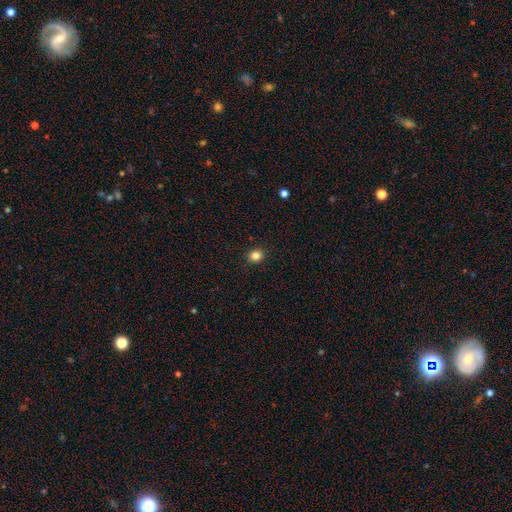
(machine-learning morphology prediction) Overall: smooth (84%). How rounded: round (85%). Merging: none (92%).